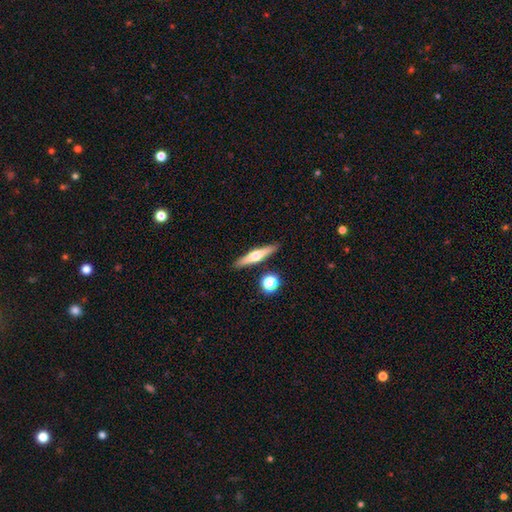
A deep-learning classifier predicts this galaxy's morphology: A featured or disk galaxy (55%) viewed edge-on (95%) with a rounded central bulge (92%). Merging: none (88%).